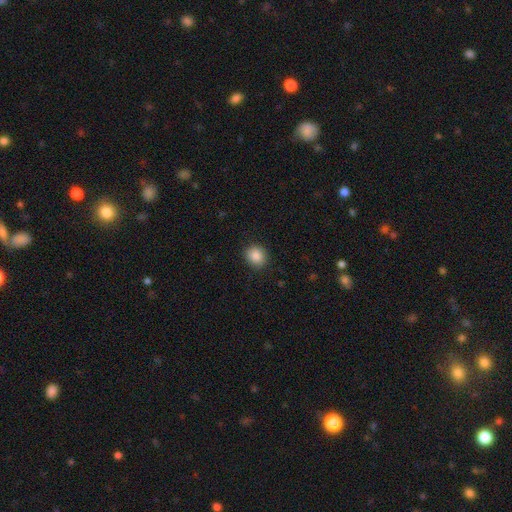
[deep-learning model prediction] Smooth or featured? Predicted: smooth (p=0.87). How rounded? Predicted: round (p=0.80). Merging? Predicted: none (p=0.87).